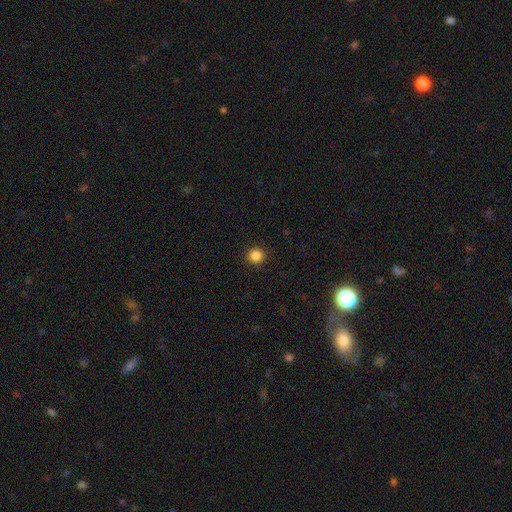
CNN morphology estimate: Smooth or featured?
  - smooth: 85% *
  - star or artifact: 11%
  - featured or disk: 3%
How rounded?
  - round: 94% *
  - in between: 6%
  - cigar-shaped: 1%
Merging?
  - none: 92% *
  - minor disturbance: 5%
  - major disturbance: 2%
  - merger: 1%